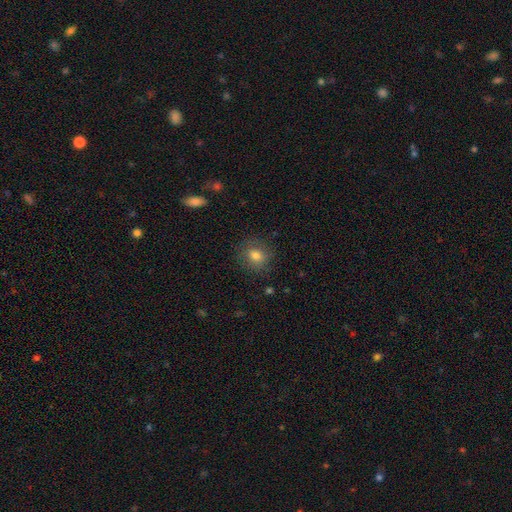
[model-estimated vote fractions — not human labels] Overall: smooth (80%). How rounded: round (73%). Merging: none (83%).